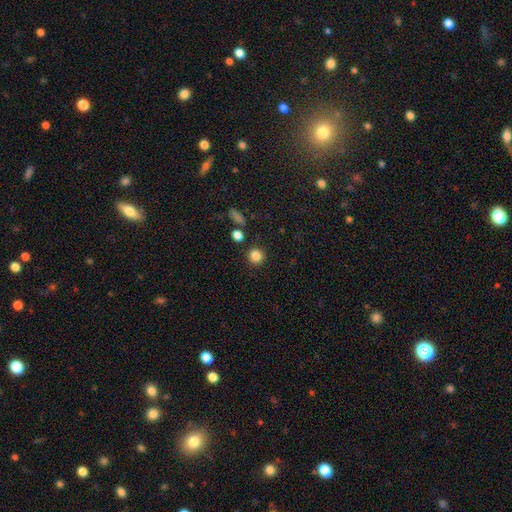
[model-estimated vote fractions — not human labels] The model was most divided on "smooth or featured": smooth: 85%, star or artifact: 11%, featured or disk: 5%. More confident: how rounded — round (92%); merging — none (87%).